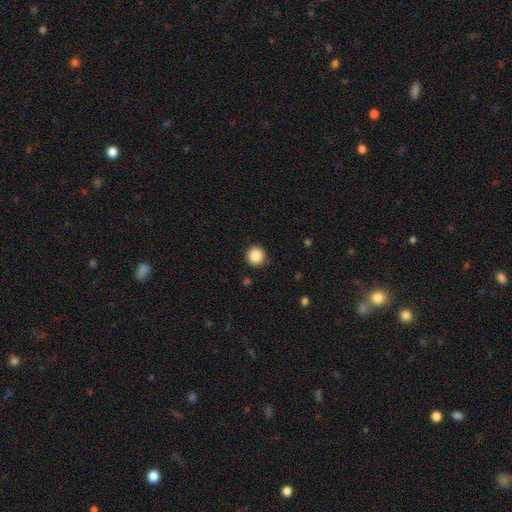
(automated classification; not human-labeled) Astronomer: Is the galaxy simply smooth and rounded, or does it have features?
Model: smooth — 87%.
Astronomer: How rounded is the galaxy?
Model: round — 95%.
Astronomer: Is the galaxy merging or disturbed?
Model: none — 92%.